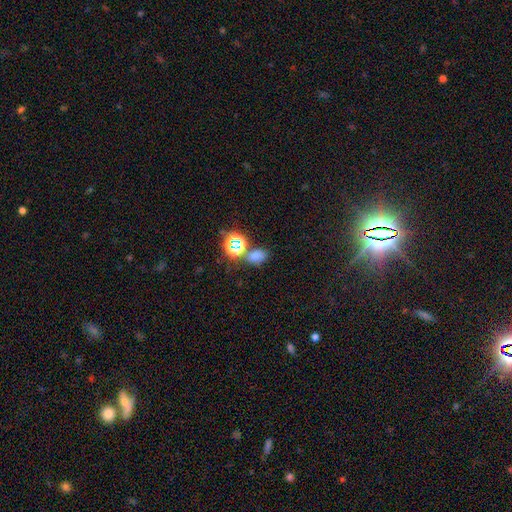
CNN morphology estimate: Overall: smooth (61%; star or artifact 32%). How rounded: in between (67%; round 32%). Merging: none (61%).